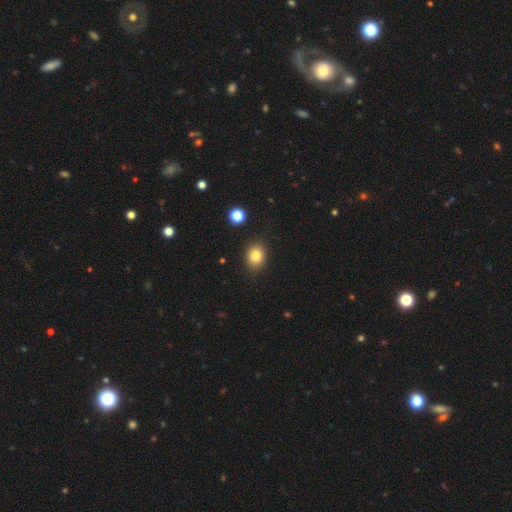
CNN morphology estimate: This appears to be a smooth galaxy with no disk features (82%) that is round (55%). Merging: none (88%).